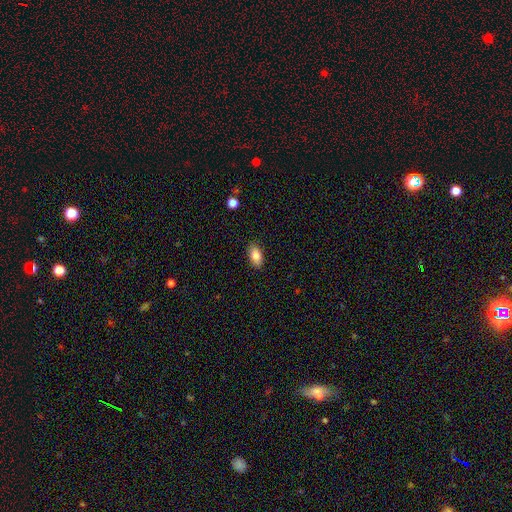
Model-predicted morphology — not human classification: This is clearly a smooth galaxy (83%). How rounded: clearly in between (90%). Merging: clearly none (88%).